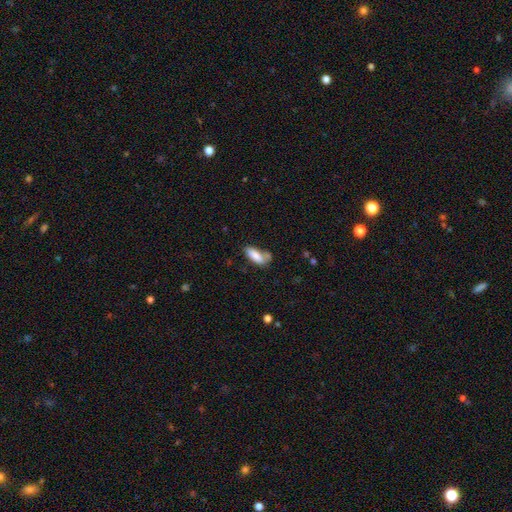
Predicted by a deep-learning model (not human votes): The model was most divided on "merging": none: 46%, minor disturbance: 23%, merger: 21%, major disturbance: 9%. More confident: smooth or featured — smooth (83%); how rounded — in between (74%).